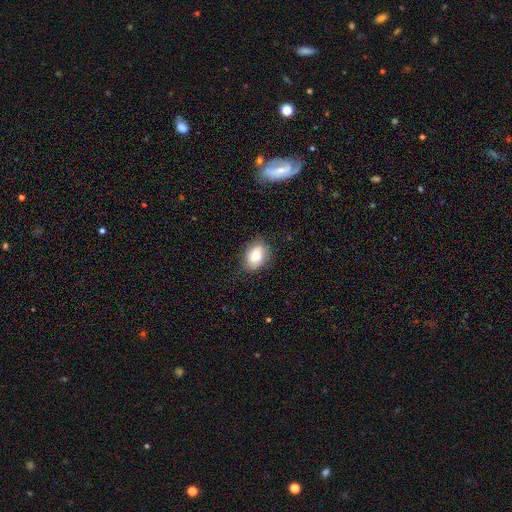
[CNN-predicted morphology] smooth-or-featured: smooth: 79% | featured or disk: 13% | star or artifact: 8%
  how-rounded: in between: 76% | round: 23% | cigar-shaped: 1%
  merging: none: 76% | minor disturbance: 18% | major disturbance: 4% | merger: 1%